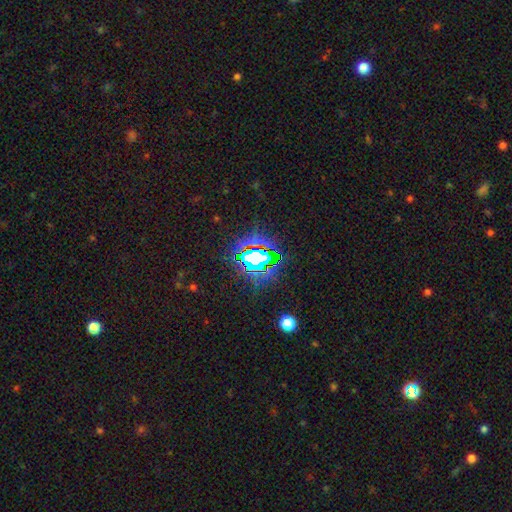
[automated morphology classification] Smooth or featured? star or artifact (74%)